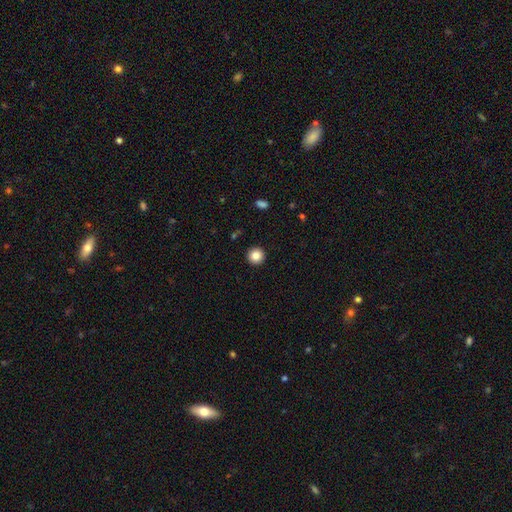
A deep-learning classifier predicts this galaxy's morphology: Smooth or featured? Predicted: smooth (p=0.86). How rounded? Predicted: round (p=0.96). Merging? Predicted: none (p=0.93).